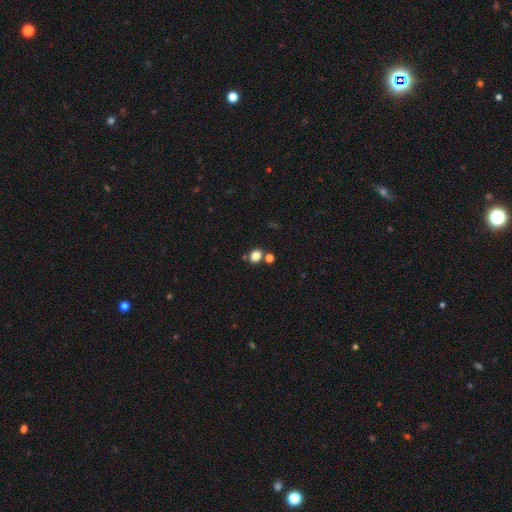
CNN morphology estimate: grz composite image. It shows a smooth galaxy with no disk features (82%) that is round (56%). Merging: none (69%).